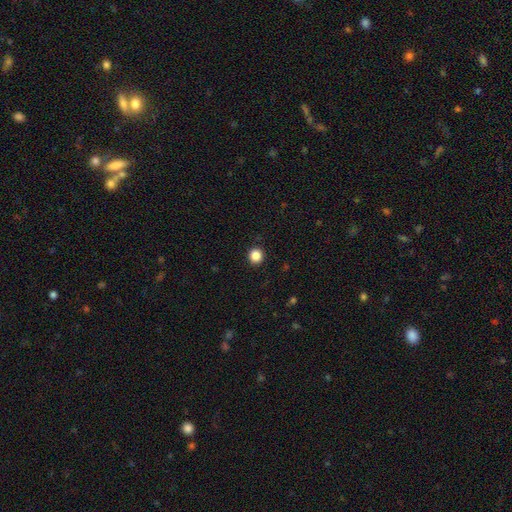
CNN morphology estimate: smooth 87%, star or artifact 11%, featured or disk 3%. Down the decision tree: how rounded — round (93%); merging — none (93%).